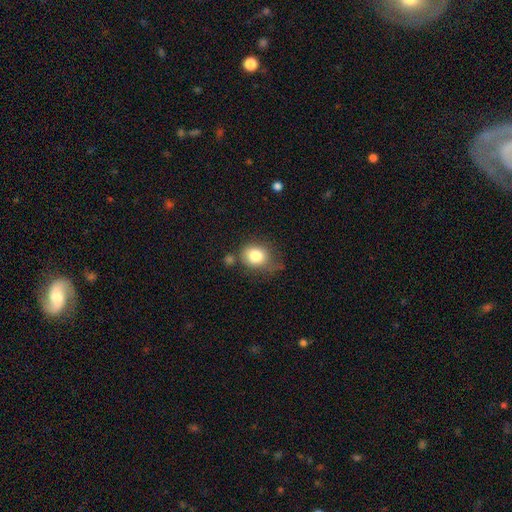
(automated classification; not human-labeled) smooth-or-featured: smooth: 81% | featured or disk: 10% | star or artifact: 9%
  how-rounded: round: 63% | in between: 36% | cigar-shaped: 1%
  merging: none: 54% | minor disturbance: 26% | major disturbance: 10% | merger: 10%